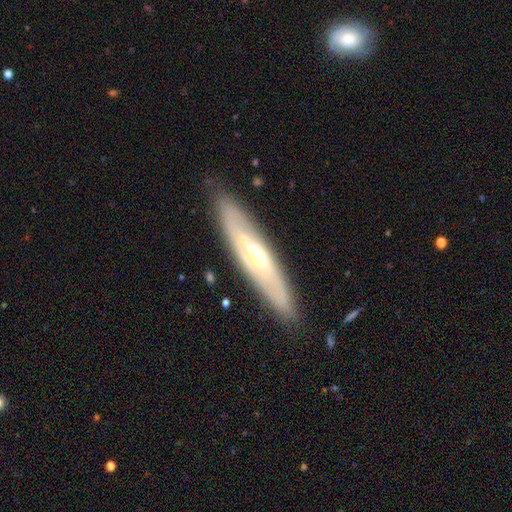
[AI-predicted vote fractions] smooth_or_featured: featured or disk (p=0.62) [alt: smooth p=0.32]
disk_edge_on: yes (p=0.52) [alt: no p=0.48]
merging: none (p=0.82) [alt: minor disturbance p=0.11]